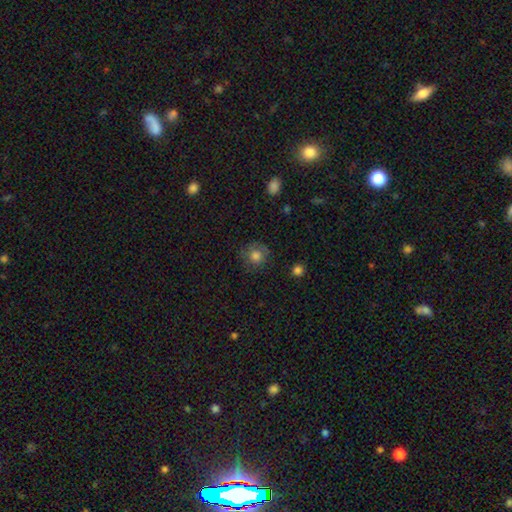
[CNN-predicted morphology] Q: Smooth or featured?
A: smooth (77%); runner-up: featured or disk (12%)
Q: How rounded?
A: round (89%); runner-up: in between (10%)
Q: Merging?
A: none (73%); runner-up: minor disturbance (18%)